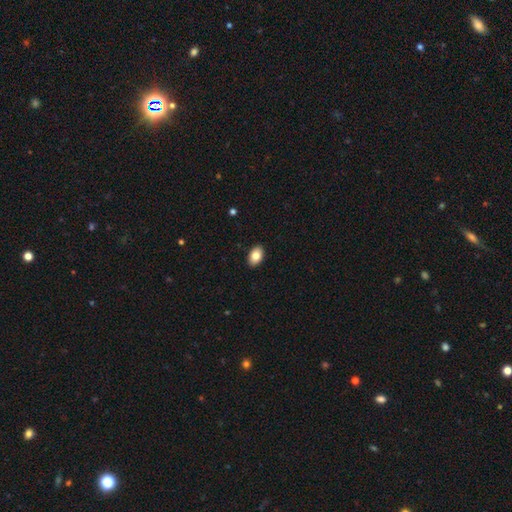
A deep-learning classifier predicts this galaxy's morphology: smooth 84%, featured or disk 9%, star or artifact 7%. Down the decision tree: how rounded — in between (88%); merging — none (91%).